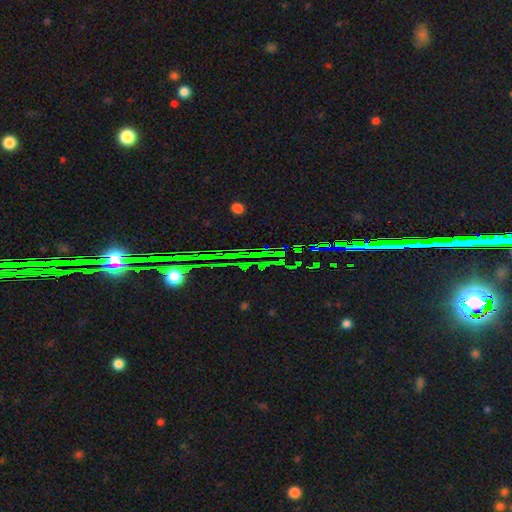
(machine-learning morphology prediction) Q: Smooth or featured?
A: star or artifact (81%); runner-up: featured or disk (10%)